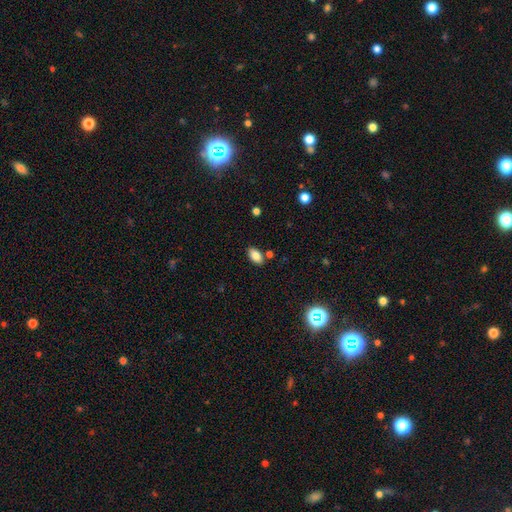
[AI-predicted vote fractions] smooth 82%, featured or disk 10%, star or artifact 9%. Down the decision tree: how rounded — in between (92%); merging — none (82%).